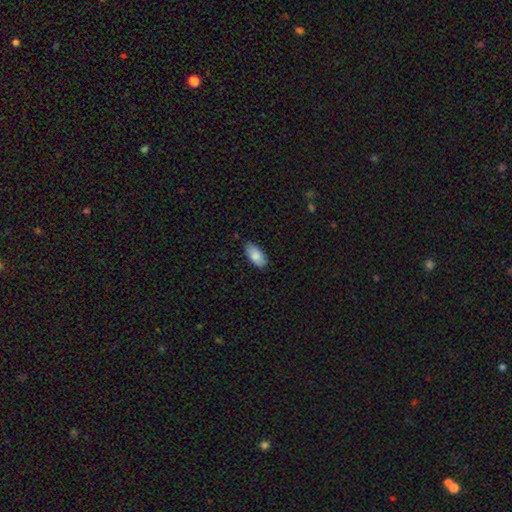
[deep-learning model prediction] Q: Smooth or featured?
A: smooth (85%); runner-up: featured or disk (9%)
Q: How rounded?
A: in between (93%); runner-up: cigar-shaped (5%)
Q: Merging?
A: none (82%); runner-up: minor disturbance (15%)